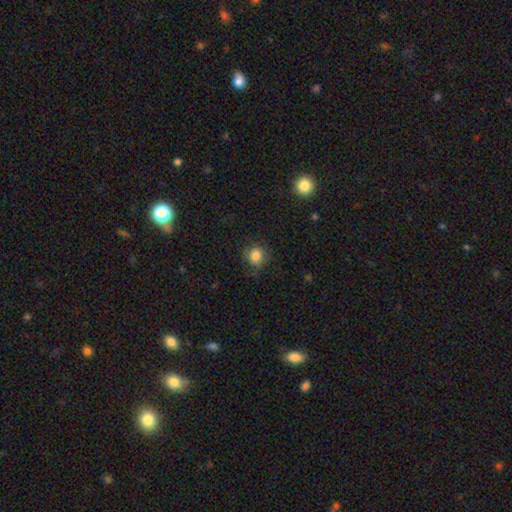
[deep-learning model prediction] Smooth or featured?
  - smooth: 83% *
  - star or artifact: 10%
  - featured or disk: 7%
How rounded?
  - round: 83% *
  - in between: 16%
  - cigar-shaped: 1%
Merging?
  - none: 78% *
  - minor disturbance: 16%
  - major disturbance: 5%
  - merger: 1%